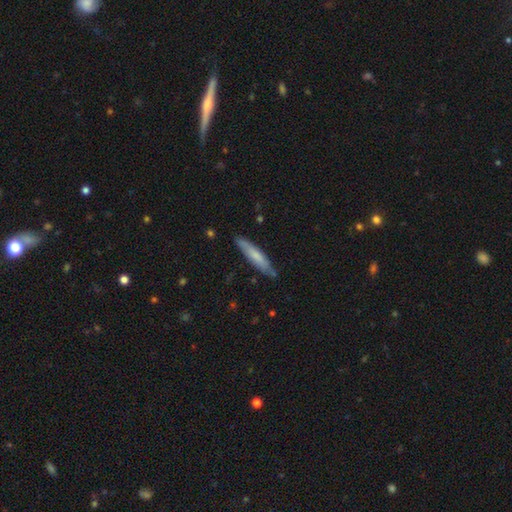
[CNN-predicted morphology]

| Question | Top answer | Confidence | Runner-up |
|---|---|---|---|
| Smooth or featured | smooth | 65% | featured or disk (29%) |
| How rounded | cigar-shaped | 89% | in between (10%) |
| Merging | none | 83% | minor disturbance (13%) |